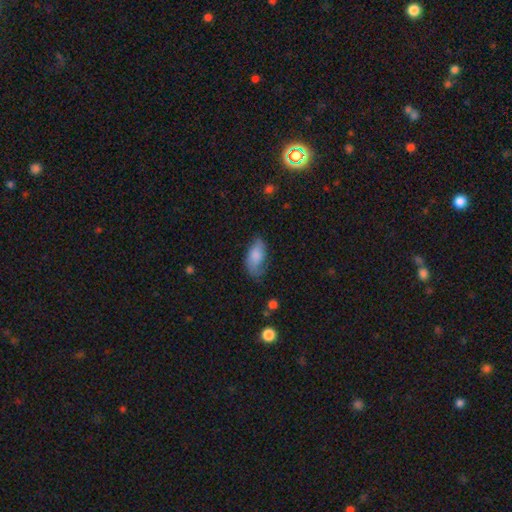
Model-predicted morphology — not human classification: smooth_or_featured: smooth (p=0.72) [alt: featured or disk p=0.21]
how_rounded: in between (p=0.91) [alt: cigar-shaped p=0.06]
merging: none (p=0.48) [alt: minor disturbance p=0.34]